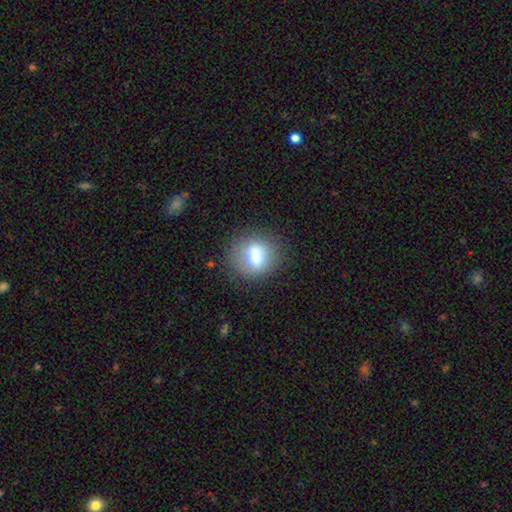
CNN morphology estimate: A smooth galaxy with no disk features (73%) that is round (71%).

Vote fractions:
- Smooth or featured? smooth: 73% / featured or disk: 16% / star or artifact: 11%
- How rounded? round: 71% / in between: 28% / cigar-shaped: 1%
- Merging? none: 73% / minor disturbance: 17% / major disturbance: 8% / merger: 3%